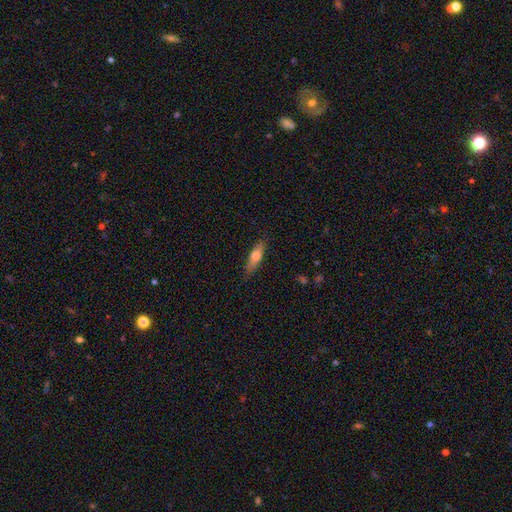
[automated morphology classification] This is likely a smooth galaxy (65%). How rounded: possibly cigar-shaped (53%). Merging: likely none (77%).